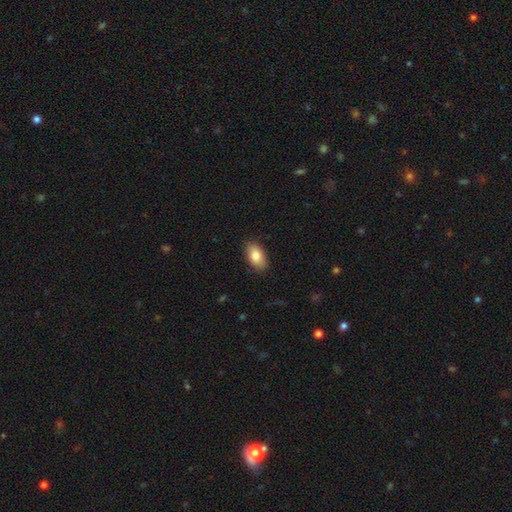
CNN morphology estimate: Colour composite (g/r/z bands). It shows a smooth galaxy with no disk features (84%) that is in between round and cigar-shaped (93%). Merging: none (87%).